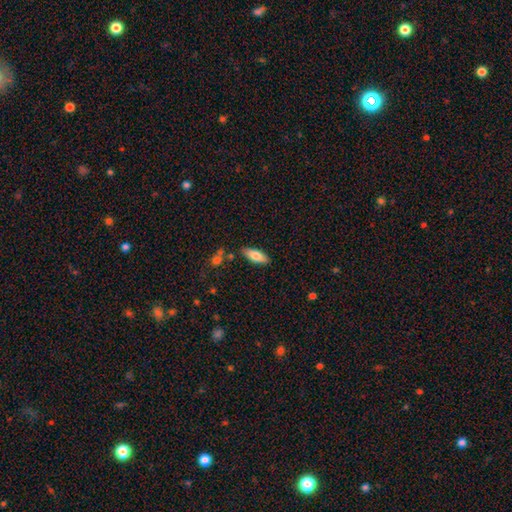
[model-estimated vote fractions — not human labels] Morphology: type=smooth (75%); roundness=in between (74%); merging=none (83%).